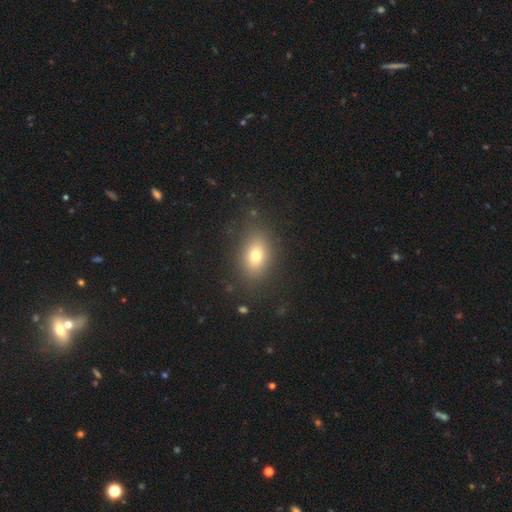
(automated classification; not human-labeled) This appears to be a smooth galaxy with no disk features (73%) that is in between round and cigar-shaped (76%). Merging: none (82%).